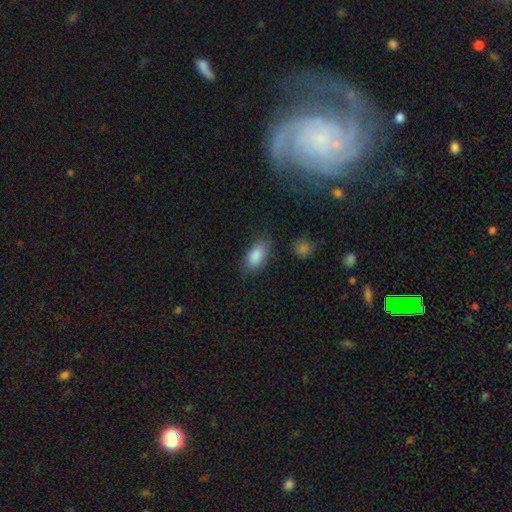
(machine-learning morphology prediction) This is clearly a smooth galaxy (88%). How rounded: clearly in between (92%). Merging: likely none (77%).